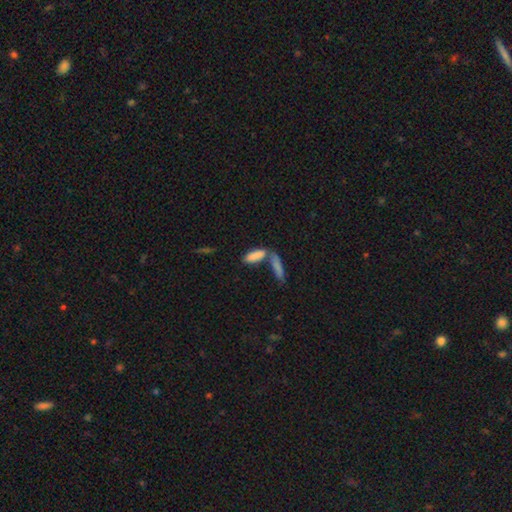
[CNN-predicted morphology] A smooth galaxy with no disk features (83%) that is in between round and cigar-shaped (52%). Merging: none (45%).